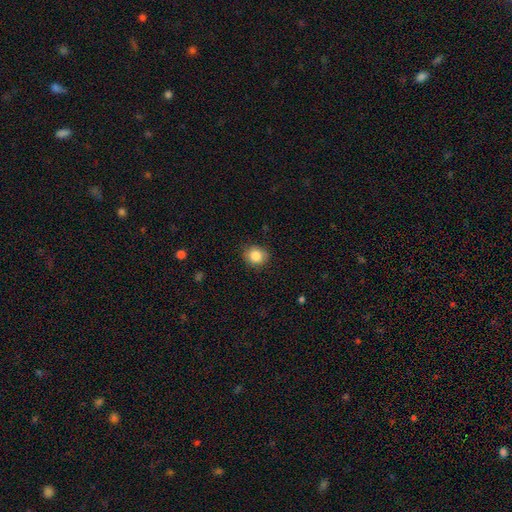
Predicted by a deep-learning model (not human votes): smooth-or-featured: smooth: 85% | star or artifact: 9% | featured or disk: 6%
  how-rounded: round: 76% | in between: 23% | cigar-shaped: 1%
  merging: none: 85% | minor disturbance: 11% | major disturbance: 2% | merger: 1%